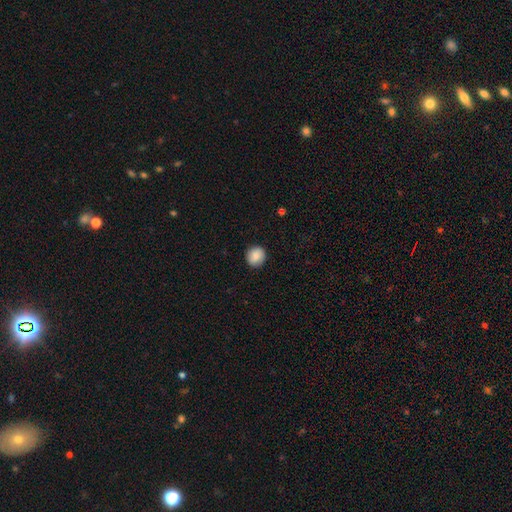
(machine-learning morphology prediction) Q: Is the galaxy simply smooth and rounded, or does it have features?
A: smooth — 82%.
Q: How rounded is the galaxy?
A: round — 88%.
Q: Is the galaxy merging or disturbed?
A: none — 89%.